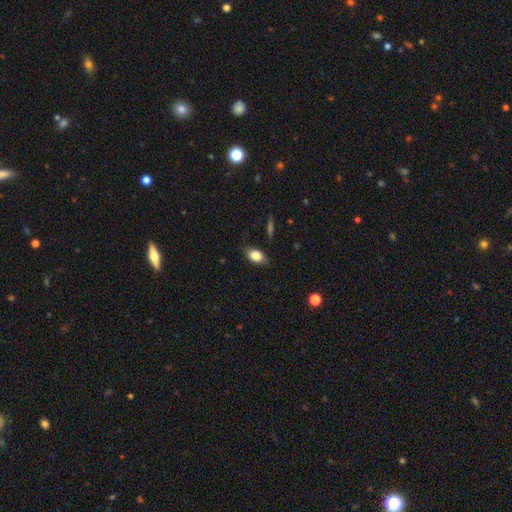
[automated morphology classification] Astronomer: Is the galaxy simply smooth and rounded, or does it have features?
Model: smooth — 82%.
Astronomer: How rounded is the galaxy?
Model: in between — 85%.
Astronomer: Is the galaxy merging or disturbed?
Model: none — 77%.